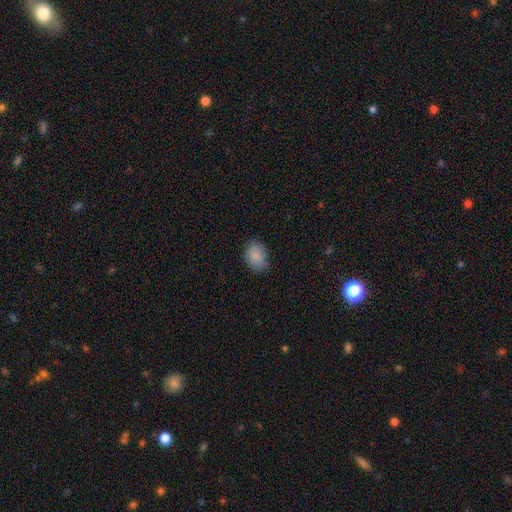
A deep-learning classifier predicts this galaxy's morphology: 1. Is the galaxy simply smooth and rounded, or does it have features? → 87% smooth, 8% star or artifact, 5% featured or disk.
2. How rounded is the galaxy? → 73% in between, 26% round, 1% cigar-shaped.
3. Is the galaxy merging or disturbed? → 75% none, 20% minor disturbance, 4% major disturbance, 1% merger.